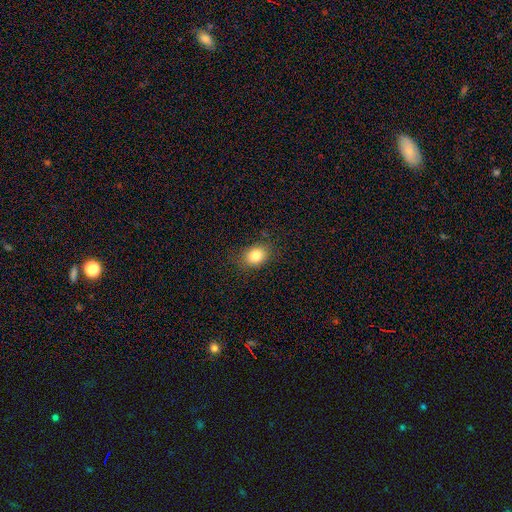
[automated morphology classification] A smooth galaxy with no disk features (83%) that is in between round and cigar-shaped (57%). Merging: none (83%).